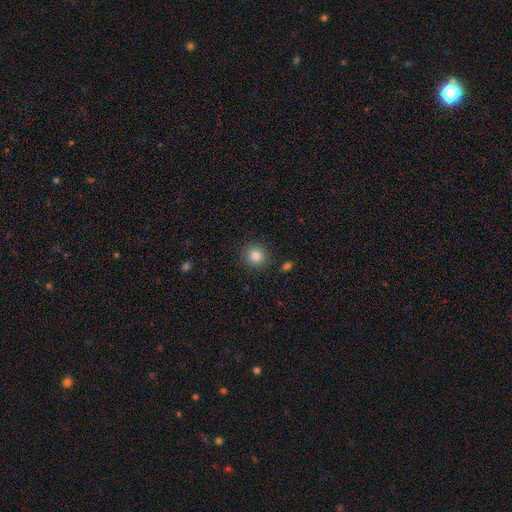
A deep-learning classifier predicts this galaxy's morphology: smooth_or_featured: smooth (p=0.85) [alt: star or artifact p=0.10]
how_rounded: round (p=0.92) [alt: in between p=0.07]
merging: none (p=0.90) [alt: minor disturbance p=0.06]